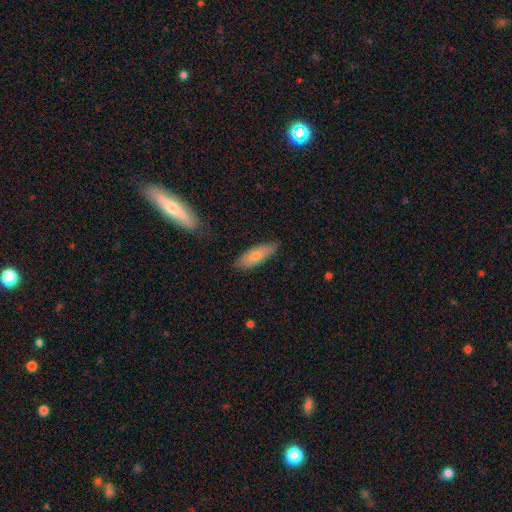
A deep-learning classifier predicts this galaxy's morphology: A smooth galaxy with no disk features (72%) that is in between round and cigar-shaped (63%).

Vote fractions:
- Smooth or featured? smooth: 72% / featured or disk: 22% / star or artifact: 6%
- How rounded? in between: 63% / cigar-shaped: 35% / round: 2%
- Merging? none: 75% / minor disturbance: 20% / major disturbance: 3% / merger: 2%